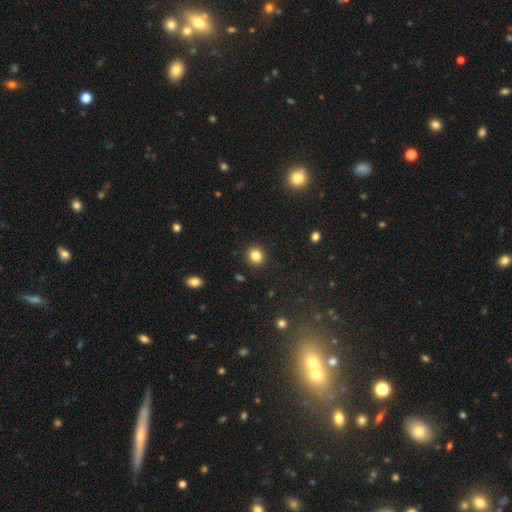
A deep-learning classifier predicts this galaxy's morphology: Overall: smooth (84%). How rounded: round (80%). Merging: none (91%).